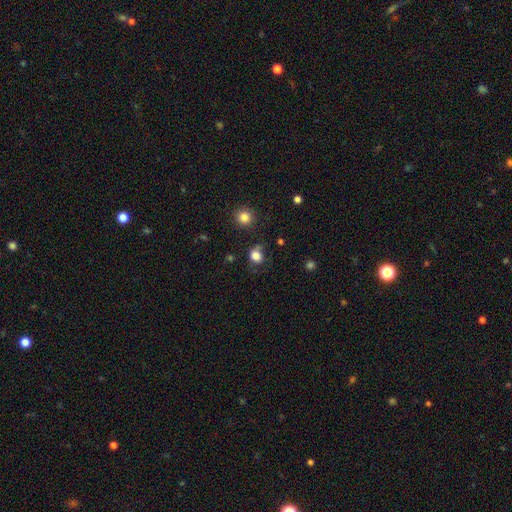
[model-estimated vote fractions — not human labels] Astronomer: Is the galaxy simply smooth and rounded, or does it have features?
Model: smooth — 81%.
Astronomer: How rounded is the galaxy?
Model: round — 71%.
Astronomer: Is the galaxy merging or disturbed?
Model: none — 59%.